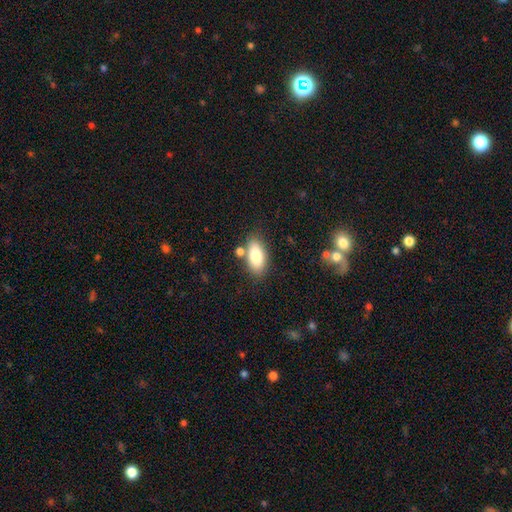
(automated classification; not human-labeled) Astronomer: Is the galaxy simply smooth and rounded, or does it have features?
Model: smooth — 83%.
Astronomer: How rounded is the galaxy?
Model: in between — 90%.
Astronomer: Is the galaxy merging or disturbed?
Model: none — 73%.